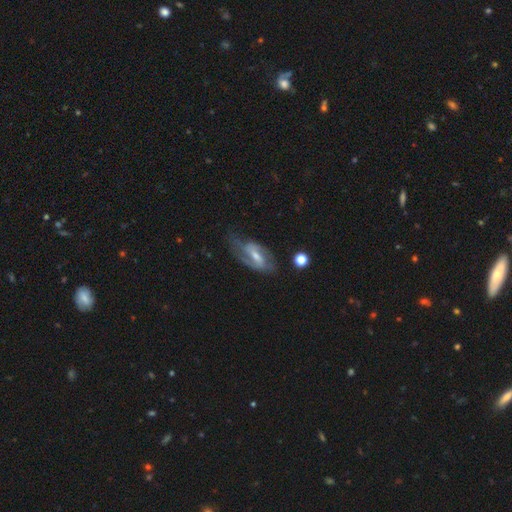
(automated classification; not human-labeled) A featured or disk galaxy (82%) with a weak bar (45%), 2 (81%) medium (49%) spiral arms (93%) and a small central bulge (46%).

Vote fractions:
- Smooth or featured? featured or disk: 82% / smooth: 13% / star or artifact: 6%
- Edge-on disk? no: 95% / yes: 5%
- Bar? weak: 45% / strong: 41% / no: 15%
- Spiral arms? yes: 93% / no: 7%
- Spiral winding? medium: 49% / loose: 26% / tight: 25%
- Spiral arm count? 2: 81% / can't tell: 8% / 1: 7% / 3: 2% / 4: 1% / more than 4: 1%
- Bulge size? small: 46% / moderate: 44% / none: 5% / large: 3% / dominant: 1%
- Merging? none: 59% / minor disturbance: 24% / major disturbance: 15% / merger: 3%